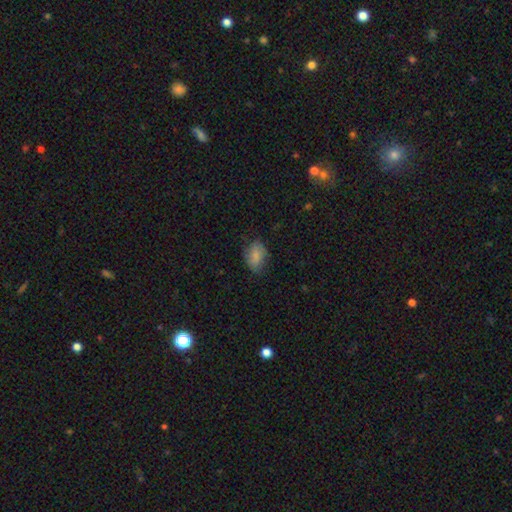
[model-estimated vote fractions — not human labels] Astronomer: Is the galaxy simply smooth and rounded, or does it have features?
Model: smooth — 83%.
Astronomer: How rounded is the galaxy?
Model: in between — 83%.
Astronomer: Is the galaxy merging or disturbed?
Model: none — 70%.